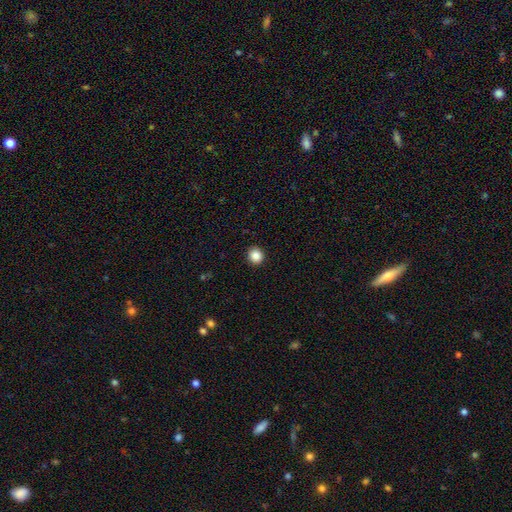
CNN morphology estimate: type=smooth (86%); roundness=round (90%); merging=none (93%).